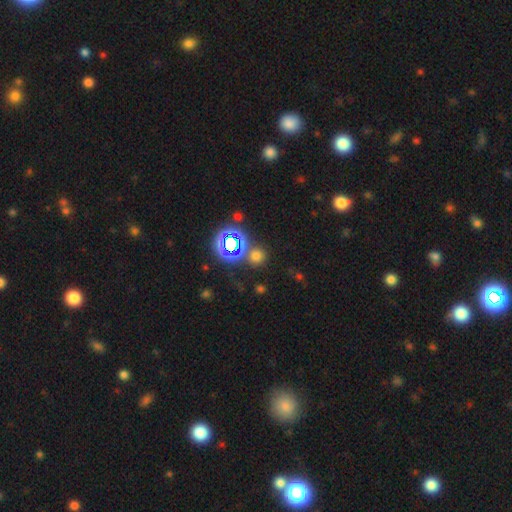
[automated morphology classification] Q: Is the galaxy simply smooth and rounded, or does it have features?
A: smooth — 60%.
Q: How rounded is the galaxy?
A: round — 90%.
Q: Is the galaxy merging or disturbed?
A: none — 79%.